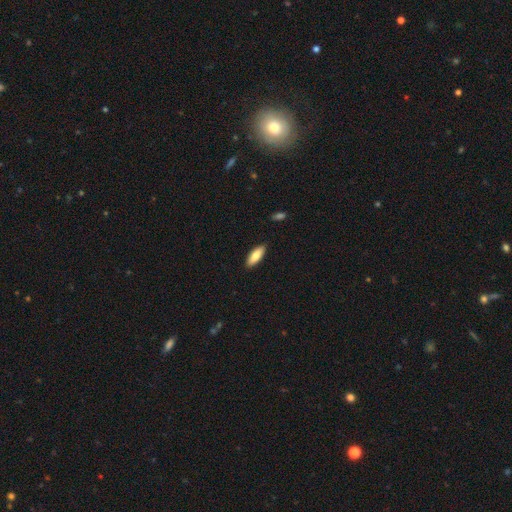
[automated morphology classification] Smooth or featured: smooth — 81% (featured or disk — 13%)
How rounded: in between — 67% (cigar-shaped — 31%)
Merging: none — 89% (minor disturbance — 8%)